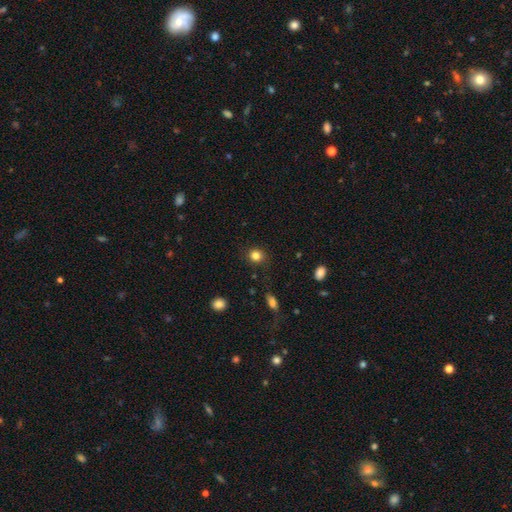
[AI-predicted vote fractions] Overall: smooth (84%). How rounded: round (85%). Merging: none (87%).